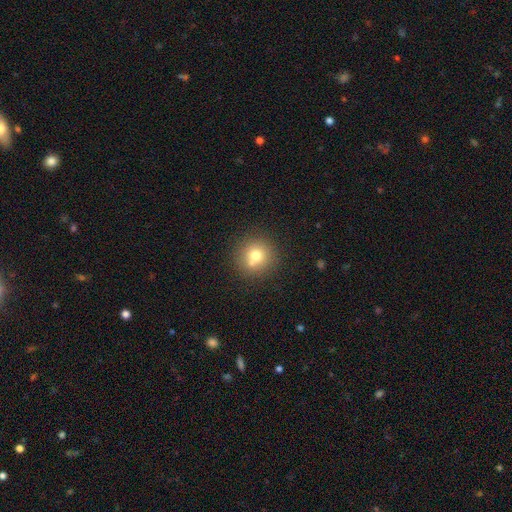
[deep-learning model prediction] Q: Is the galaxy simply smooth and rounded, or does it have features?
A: smooth — 71%.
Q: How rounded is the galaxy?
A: round — 92%.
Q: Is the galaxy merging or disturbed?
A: none — 67%.